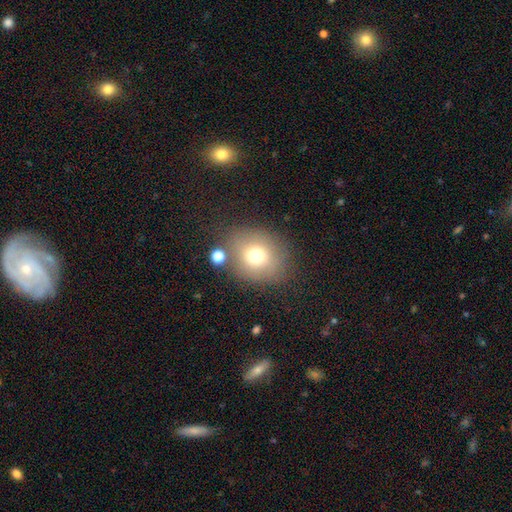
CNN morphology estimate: Smooth or featured?
  - smooth: 72% *
  - featured or disk: 15%
  - star or artifact: 14%
How rounded?
  - round: 65% *
  - in between: 34%
  - cigar-shaped: 1%
Merging?
  - none: 73% *
  - minor disturbance: 14%
  - merger: 7%
  - major disturbance: 6%